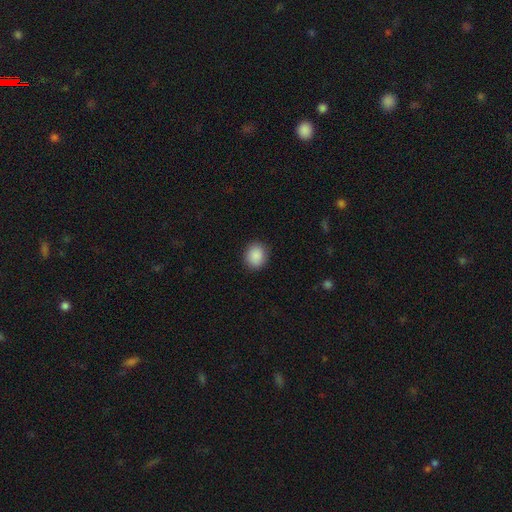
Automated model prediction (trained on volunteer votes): smooth 89%, star or artifact 8%, featured or disk 3%. Down the decision tree: how rounded — round (69%); merging — none (89%).